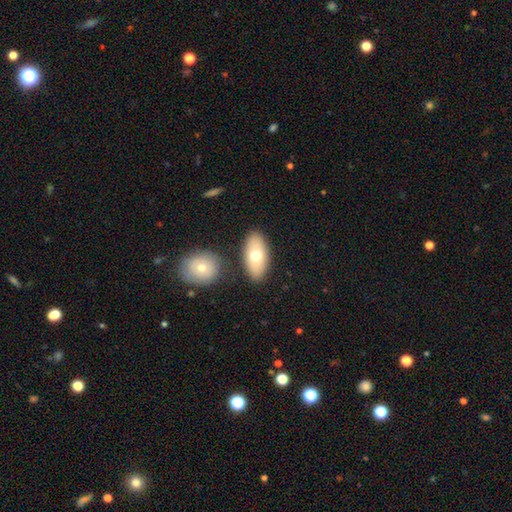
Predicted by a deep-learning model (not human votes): The model was most divided on "smooth or featured": smooth: 69%, featured or disk: 24%, star or artifact: 6%. More confident: how rounded — in between (91%); merging — none (79%).